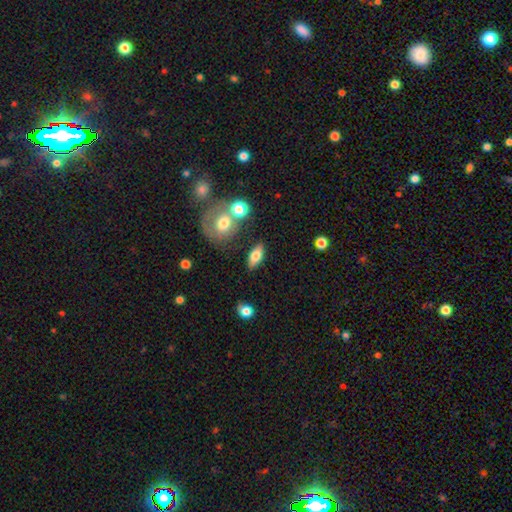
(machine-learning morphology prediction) Smooth or featured? smooth (68%)
How rounded? in between (77%)
Merging? none (81%)